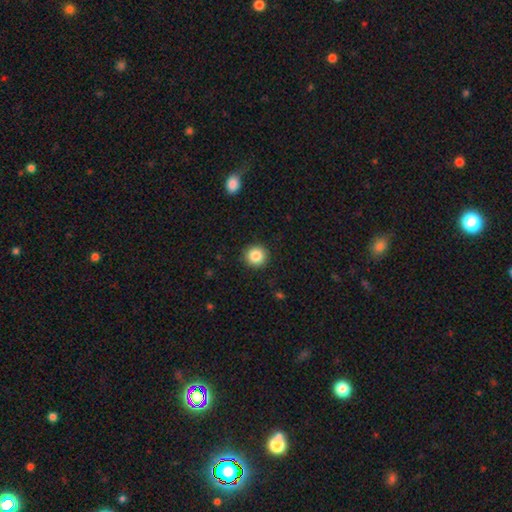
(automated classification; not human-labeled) A smooth galaxy with no disk features (86%) that is round (95%).

Vote fractions:
- Smooth or featured? smooth: 86% / star or artifact: 9% / featured or disk: 4%
- How rounded? round: 95% / in between: 4% / cigar-shaped: 1%
- Merging? none: 92% / minor disturbance: 5% / major disturbance: 2% / merger: 1%